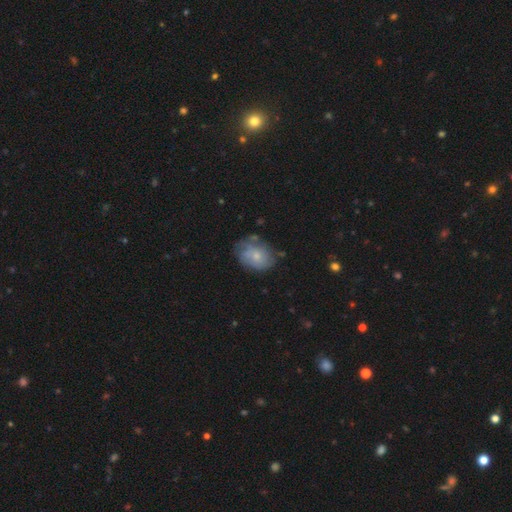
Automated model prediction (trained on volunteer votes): A smooth galaxy with no disk features (52%) that is in between round and cigar-shaped (63%).

Vote fractions:
- Smooth or featured? smooth: 52% / featured or disk: 41% / star or artifact: 8%
- How rounded? in between: 63% / round: 36% / cigar-shaped: 1%
- Merging? none: 54% / minor disturbance: 29% / major disturbance: 12% / merger: 5%